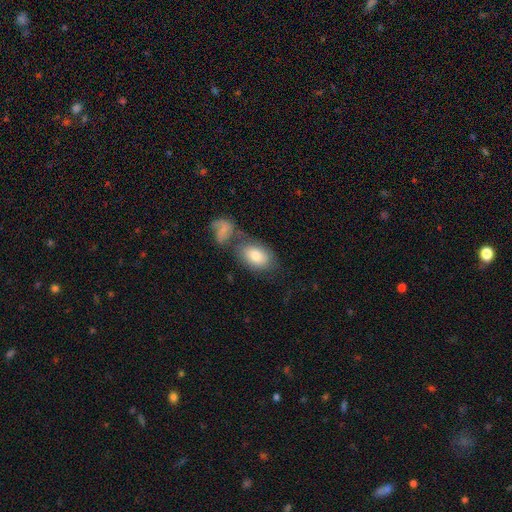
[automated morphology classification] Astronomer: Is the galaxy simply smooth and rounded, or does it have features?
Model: smooth — 77%.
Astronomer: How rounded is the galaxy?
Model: in between — 86%.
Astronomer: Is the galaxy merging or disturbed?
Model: none — 46% (runner-up: merger, 32%).